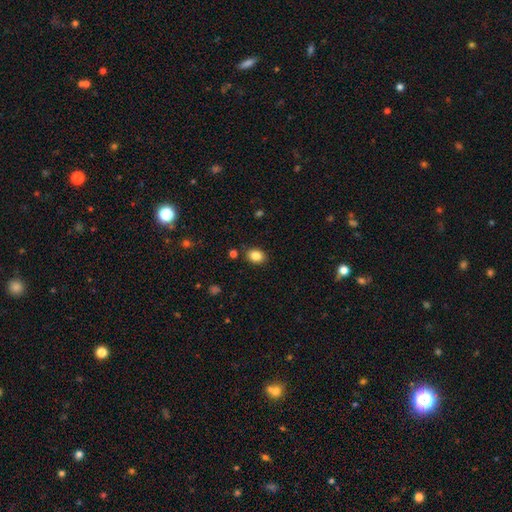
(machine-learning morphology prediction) smooth_or_featured: smooth (p=0.86) [alt: star or artifact p=0.09]
how_rounded: in between (p=0.67) [alt: round p=0.32]
merging: none (p=0.85) [alt: minor disturbance p=0.10]